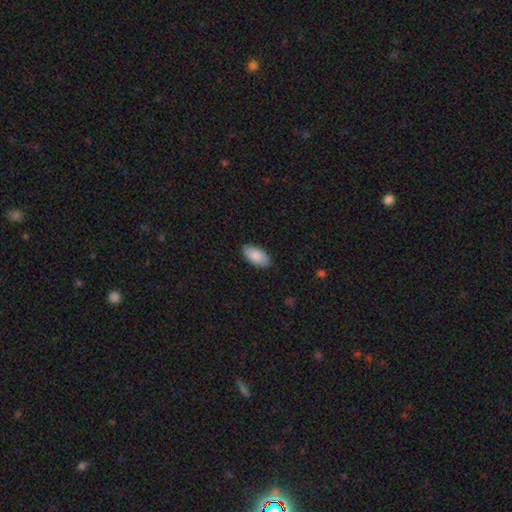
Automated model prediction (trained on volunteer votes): Smooth or featured: smooth — 87% (featured or disk — 7%)
How rounded: in between — 95% (cigar-shaped — 3%)
Merging: none — 86% (minor disturbance — 11%)